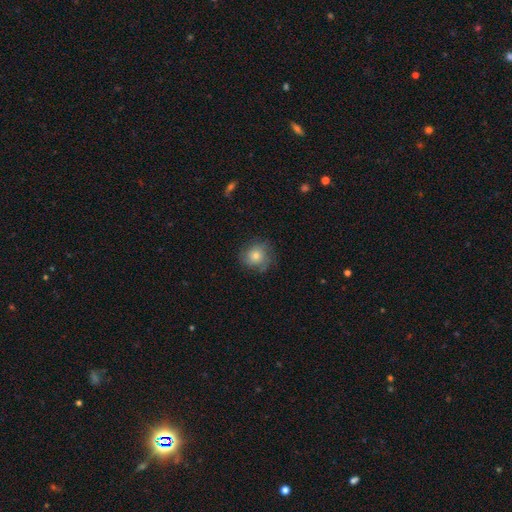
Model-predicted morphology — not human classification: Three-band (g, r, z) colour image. It shows a smooth galaxy with no disk features (57%) that is round (84%). Merging: none (72%).